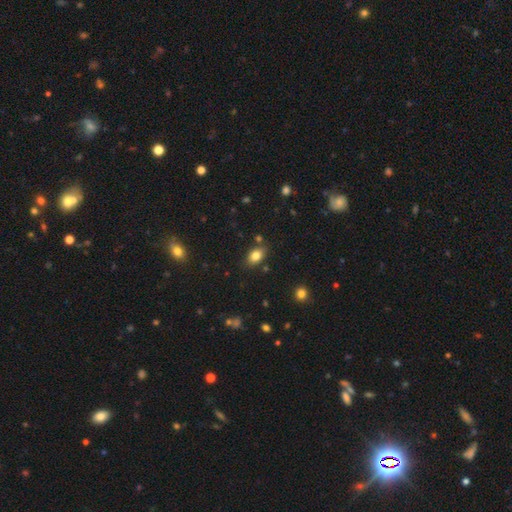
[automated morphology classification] smooth_or_featured: smooth (p=0.81) [alt: star or artifact p=0.10]
how_rounded: in between (p=0.82) [alt: round p=0.15]
merging: none (p=0.79) [alt: minor disturbance p=0.14]